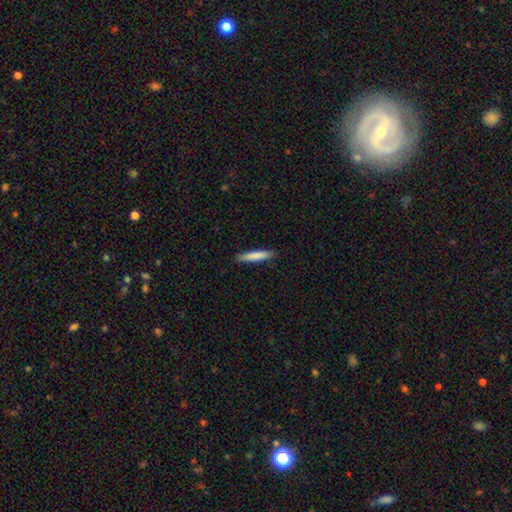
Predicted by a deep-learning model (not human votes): A smooth galaxy with no disk features (81%) that is cigar-shaped (91%).

Vote fractions:
- Smooth or featured? smooth: 81% / featured or disk: 13% / star or artifact: 5%
- How rounded? cigar-shaped: 91% / in between: 8% / round: 1%
- Merging? none: 89% / minor disturbance: 9% / major disturbance: 2% / merger: 1%